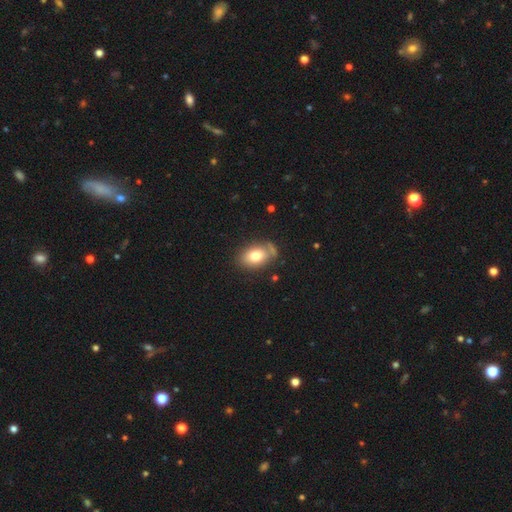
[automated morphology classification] Q: Smooth or featured?
A: smooth (77%); runner-up: featured or disk (15%)
Q: How rounded?
A: in between (82%); runner-up: round (16%)
Q: Merging?
A: none (67%); runner-up: minor disturbance (18%)